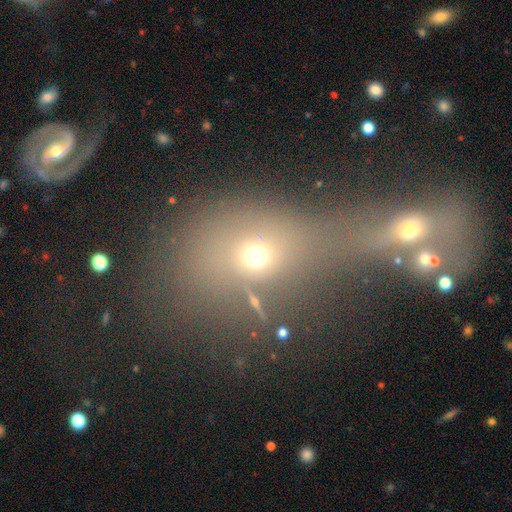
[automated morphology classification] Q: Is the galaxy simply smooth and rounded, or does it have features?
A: smooth — 56%.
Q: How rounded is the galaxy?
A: round — 53%.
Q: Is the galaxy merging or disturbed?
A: merger — 62%.